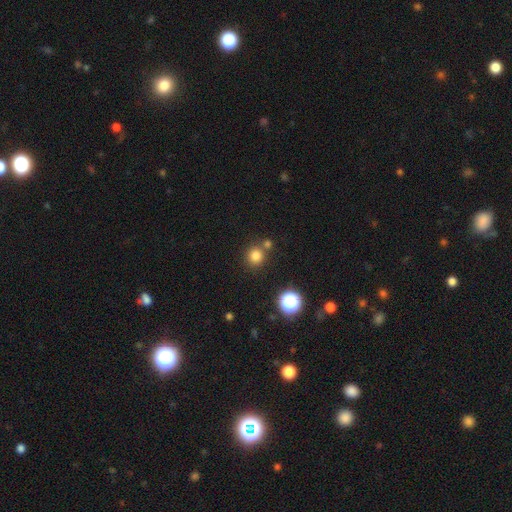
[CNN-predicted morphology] Smooth or featured?
  - smooth: 79% *
  - star or artifact: 15%
  - featured or disk: 6%
How rounded?
  - round: 91% *
  - in between: 8%
  - cigar-shaped: 1%
Merging?
  - none: 73% *
  - merger: 16%
  - minor disturbance: 8%
  - major disturbance: 3%